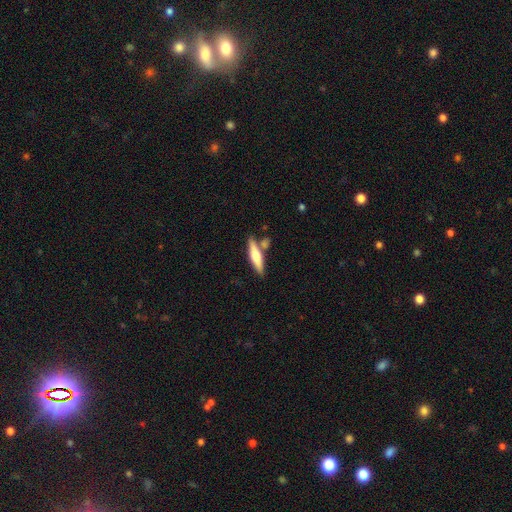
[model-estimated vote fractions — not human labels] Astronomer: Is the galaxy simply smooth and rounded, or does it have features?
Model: smooth — 49% (runner-up: featured or disk, 45%).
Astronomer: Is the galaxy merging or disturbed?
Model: none — 72%.